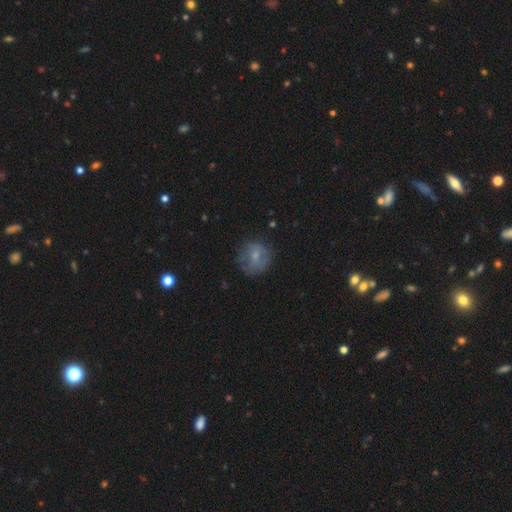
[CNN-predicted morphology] Q: Smooth or featured?
A: smooth (56%); runner-up: featured or disk (35%)
Q: How rounded?
A: round (76%); runner-up: in between (23%)
Q: Merging?
A: none (68%); runner-up: minor disturbance (20%)